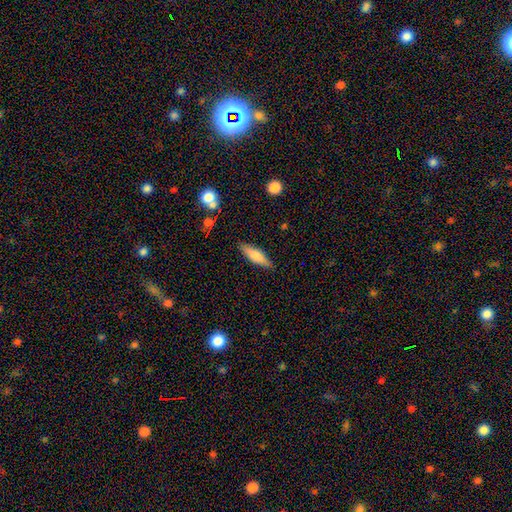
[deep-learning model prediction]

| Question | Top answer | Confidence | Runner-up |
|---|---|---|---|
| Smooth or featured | smooth | 69% | featured or disk (25%) |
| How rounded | cigar-shaped | 60% | in between (38%) |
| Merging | none | 86% | minor disturbance (10%) |